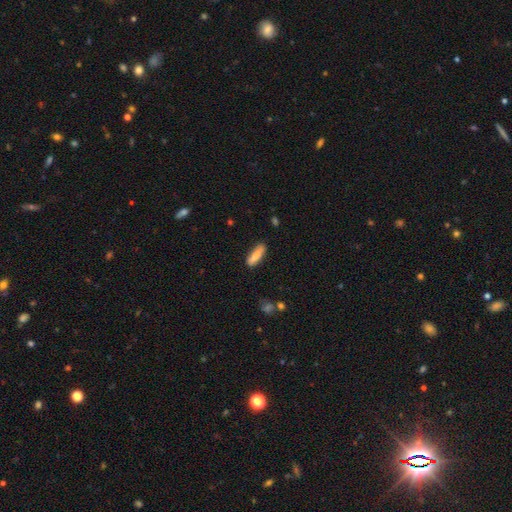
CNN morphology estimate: Overall: smooth (81%). How rounded: cigar-shaped (59%; in between 39%). Merging: none (84%).